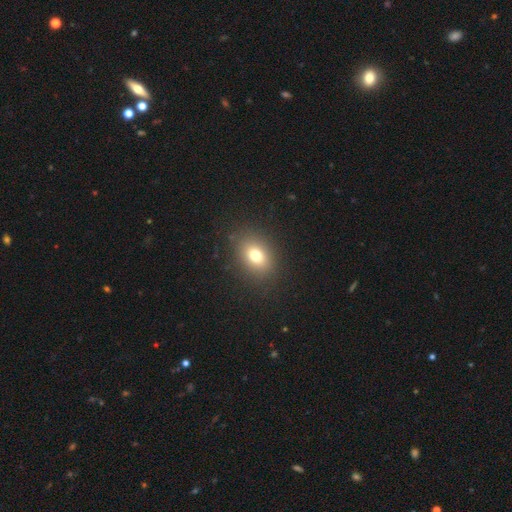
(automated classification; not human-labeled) Smooth or featured? Predicted: smooth (p=0.75). How rounded? Predicted: in between (p=0.65). Merging? Predicted: none (p=0.87).